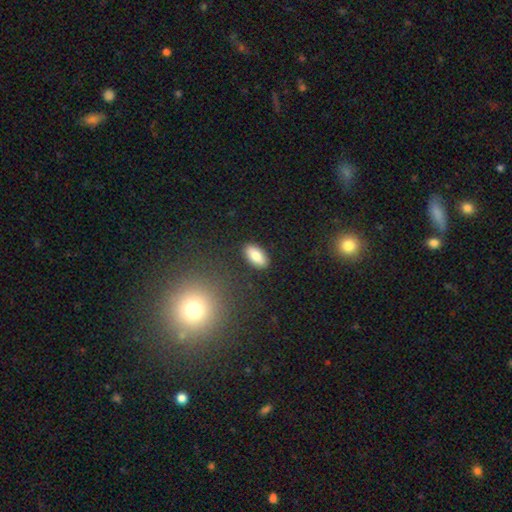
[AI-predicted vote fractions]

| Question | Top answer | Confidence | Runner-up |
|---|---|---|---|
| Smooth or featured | smooth | 83% | featured or disk (10%) |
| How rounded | in between | 90% | cigar-shaped (7%) |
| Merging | none | 88% | minor disturbance (9%) |